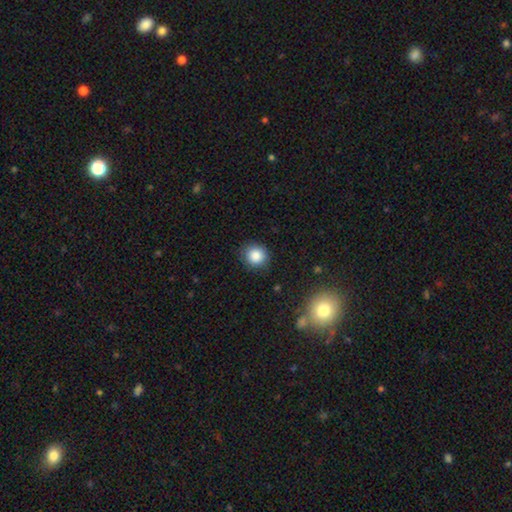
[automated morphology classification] This is clearly a smooth galaxy (86%). How rounded: clearly round (87%). Merging: clearly none (86%).